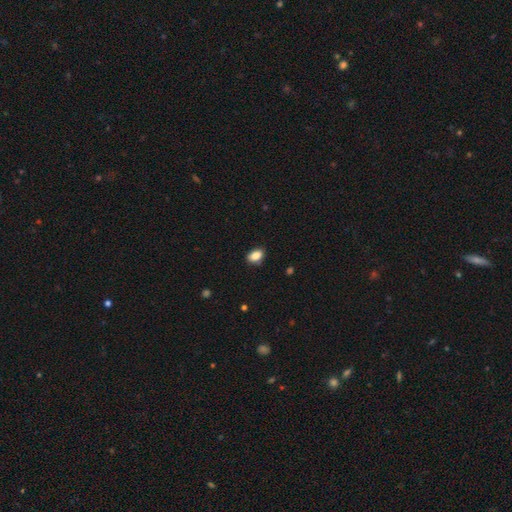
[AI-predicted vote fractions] smooth_or_featured: smooth (p=0.87) [alt: star or artifact p=0.08]
how_rounded: in between (p=0.84) [alt: round p=0.14]
merging: none (p=0.83) [alt: minor disturbance p=0.14]